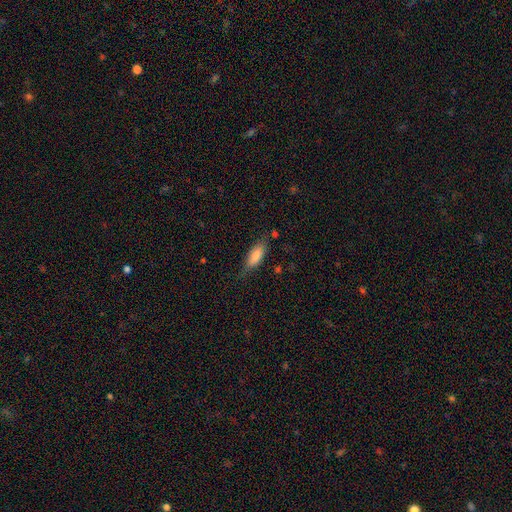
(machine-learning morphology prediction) Smooth or featured: smooth — 77% (featured or disk — 16%)
How rounded: in between — 62% (cigar-shaped — 36%)
Merging: none — 70% (minor disturbance — 22%)